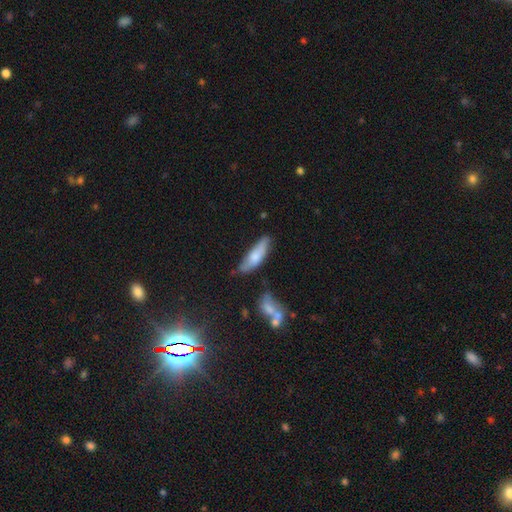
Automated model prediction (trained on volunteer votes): smooth-or-featured: smooth: 71% | featured or disk: 24% | star or artifact: 6%
  how-rounded: cigar-shaped: 57% | in between: 42% | round: 2%
  merging: none: 64% | minor disturbance: 26% | major disturbance: 6% | merger: 5%